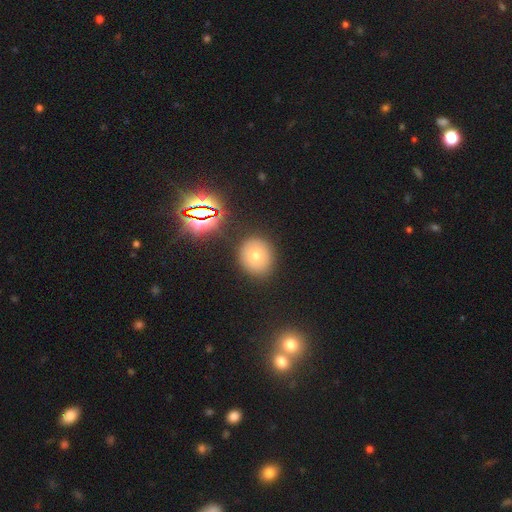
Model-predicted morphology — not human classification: smooth 59%, star or artifact 25%, featured or disk 16%. Down the decision tree: how rounded — round (79%); merging — none (87%).